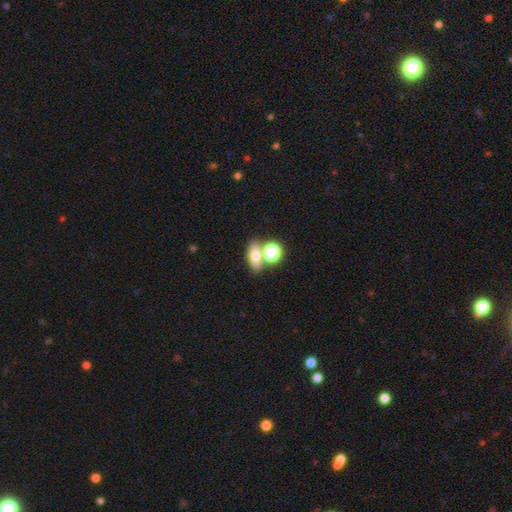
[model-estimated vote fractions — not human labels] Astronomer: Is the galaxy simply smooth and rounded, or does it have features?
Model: smooth — 66%.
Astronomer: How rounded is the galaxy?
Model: in between — 64%.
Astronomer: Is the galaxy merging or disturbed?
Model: none — 53% (runner-up: merger, 33%).